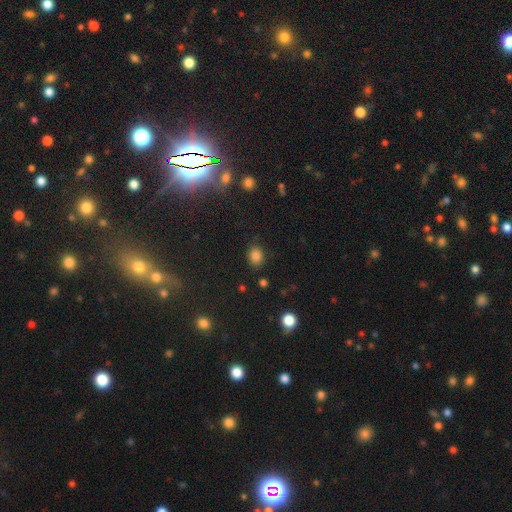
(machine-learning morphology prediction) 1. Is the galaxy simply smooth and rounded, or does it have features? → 82% smooth, 13% star or artifact, 5% featured or disk.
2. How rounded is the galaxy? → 54% round, 45% in between, 1% cigar-shaped.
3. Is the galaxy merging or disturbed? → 84% none, 11% minor disturbance, 3% major disturbance, 2% merger.